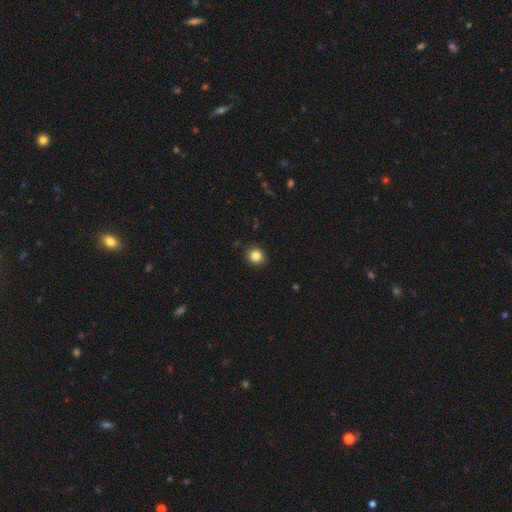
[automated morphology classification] Q: Smooth or featured?
A: smooth (85%); runner-up: star or artifact (11%)
Q: How rounded?
A: round (80%); runner-up: in between (19%)
Q: Merging?
A: none (89%); runner-up: minor disturbance (8%)